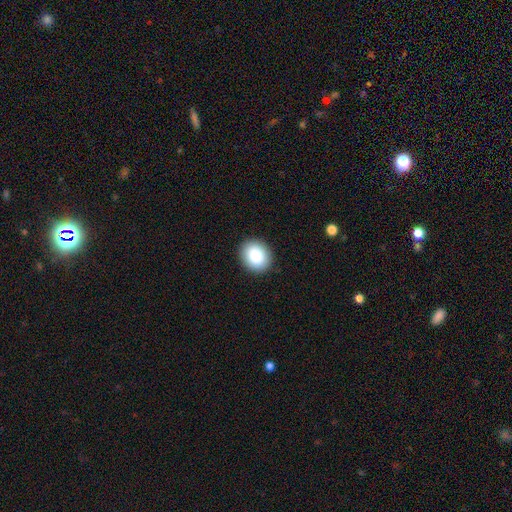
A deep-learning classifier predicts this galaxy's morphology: smooth-or-featured: smooth: 88% | star or artifact: 7% | featured or disk: 4%
  how-rounded: round: 66% | in between: 34% | cigar-shaped: 1%
  merging: none: 90% | minor disturbance: 7% | major disturbance: 2% | merger: 1%